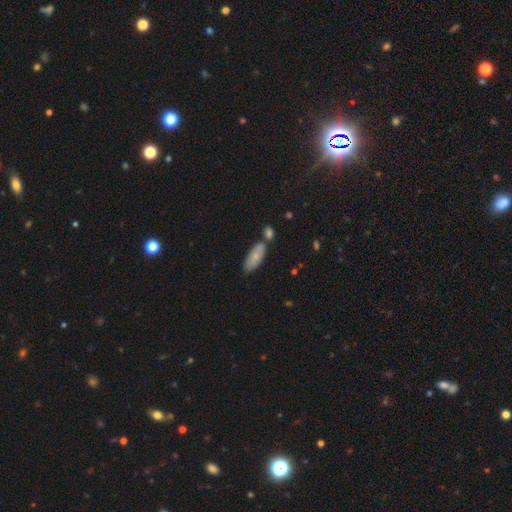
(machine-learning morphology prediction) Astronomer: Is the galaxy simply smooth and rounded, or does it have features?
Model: smooth — 71%.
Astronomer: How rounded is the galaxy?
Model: in between — 74%.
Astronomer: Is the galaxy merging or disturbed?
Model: none — 58%.